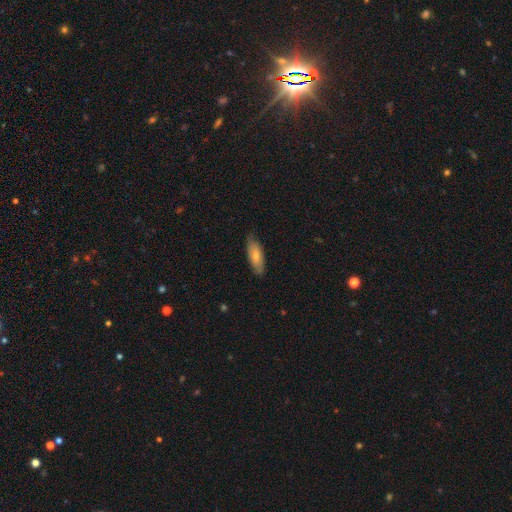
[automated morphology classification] Q: Smooth or featured?
A: smooth (70%); runner-up: featured or disk (24%)
Q: How rounded?
A: in between (69%); runner-up: cigar-shaped (29%)
Q: Merging?
A: none (78%); runner-up: minor disturbance (18%)